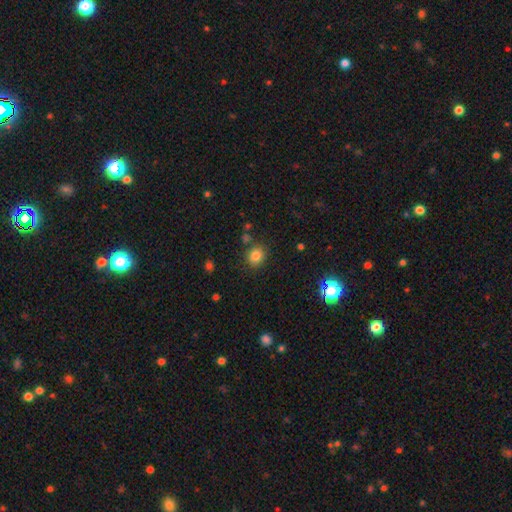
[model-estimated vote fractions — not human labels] Smooth or featured? Predicted: smooth (p=0.81). How rounded? Predicted: round (p=0.74). Merging? Predicted: none (p=0.83).